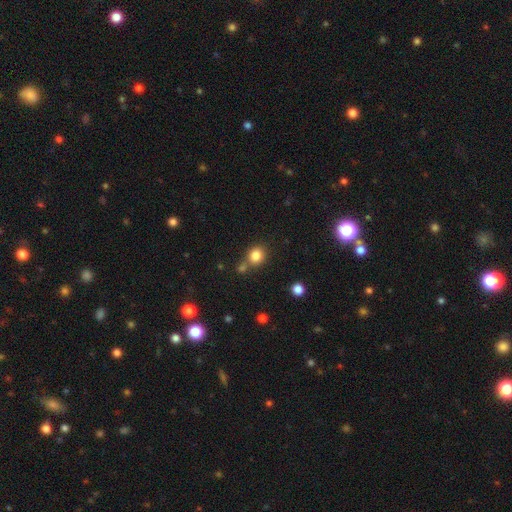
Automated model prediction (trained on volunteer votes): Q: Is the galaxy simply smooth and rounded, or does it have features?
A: smooth — 83%.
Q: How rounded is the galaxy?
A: round — 79%.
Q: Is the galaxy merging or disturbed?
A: none — 67%.